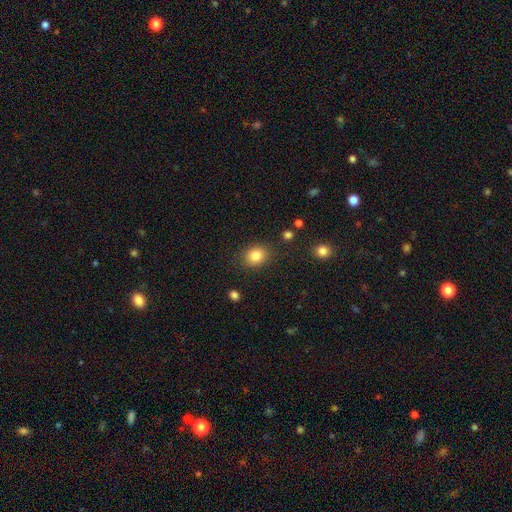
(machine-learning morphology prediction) Smooth or featured?
  - smooth: 83% *
  - star or artifact: 10%
  - featured or disk: 7%
How rounded?
  - round: 60% *
  - in between: 39%
  - cigar-shaped: 1%
Merging?
  - none: 85% *
  - minor disturbance: 10%
  - major disturbance: 3%
  - merger: 2%